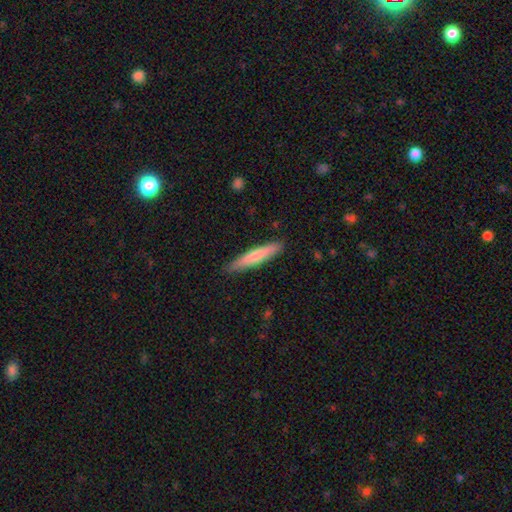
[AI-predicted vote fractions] Smooth or featured? smooth (69%)
How rounded? cigar-shaped (92%)
Merging? none (88%)